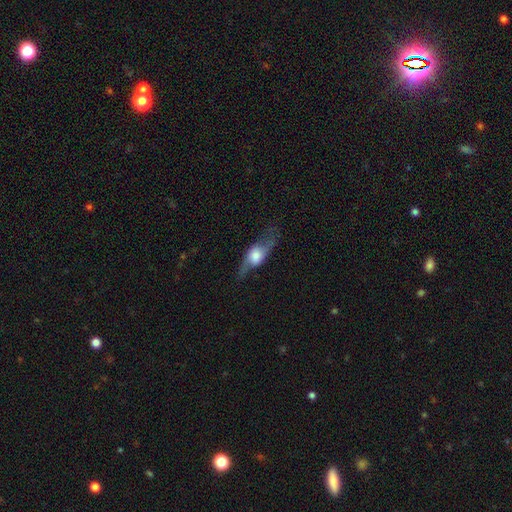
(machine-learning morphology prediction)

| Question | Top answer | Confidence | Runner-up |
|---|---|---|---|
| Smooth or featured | featured or disk | 63% | smooth (31%) |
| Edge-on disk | yes | 61% | no (39%) |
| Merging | none | 68% | minor disturbance (19%) |